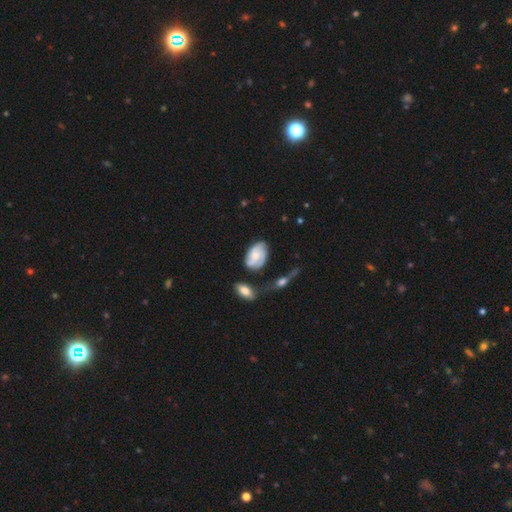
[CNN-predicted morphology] type=featured or disk (63%); edge-on=no (96%); bar=no (69%); spiral arms=yes (89%); winding=tight (45%); arm count=2 (38%); bulge=small (48%); merging=none (52%).